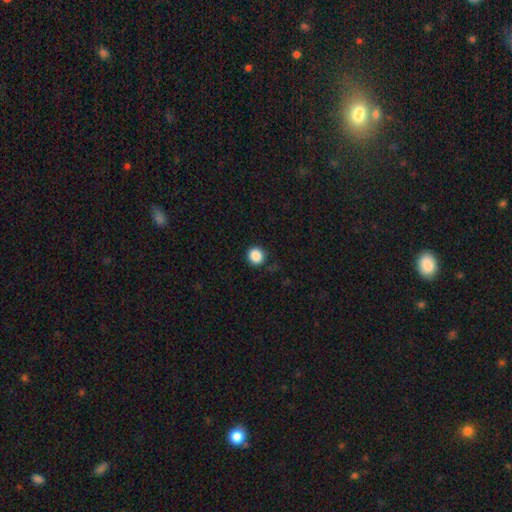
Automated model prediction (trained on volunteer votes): smooth-or-featured: smooth: 88% | star or artifact: 10% | featured or disk: 3%
  how-rounded: round: 90% | in between: 9% | cigar-shaped: 1%
  merging: none: 88% | minor disturbance: 9% | major disturbance: 3% | merger: 1%